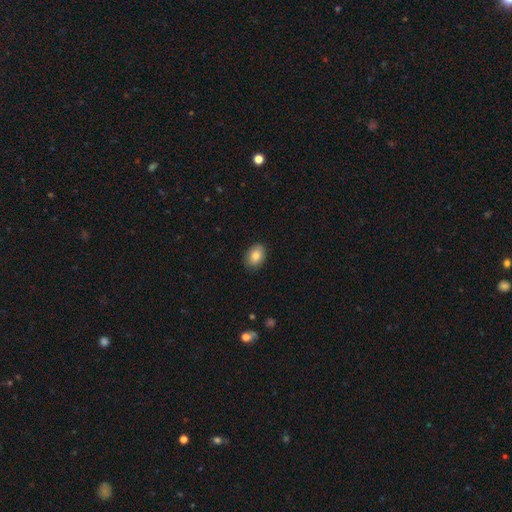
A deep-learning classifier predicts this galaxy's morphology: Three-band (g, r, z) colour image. It shows a smooth galaxy with no disk features (85%) that is in between round and cigar-shaped (74%). Merging: none (87%).